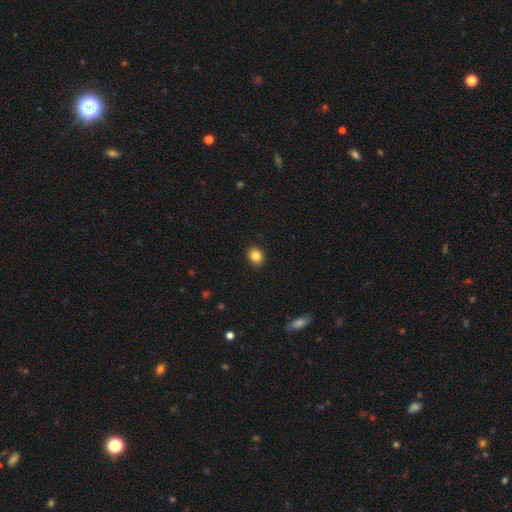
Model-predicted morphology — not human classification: Q: Smooth or featured?
A: smooth (84%); runner-up: star or artifact (11%)
Q: How rounded?
A: round (71%); runner-up: in between (28%)
Q: Merging?
A: none (91%); runner-up: minor disturbance (6%)